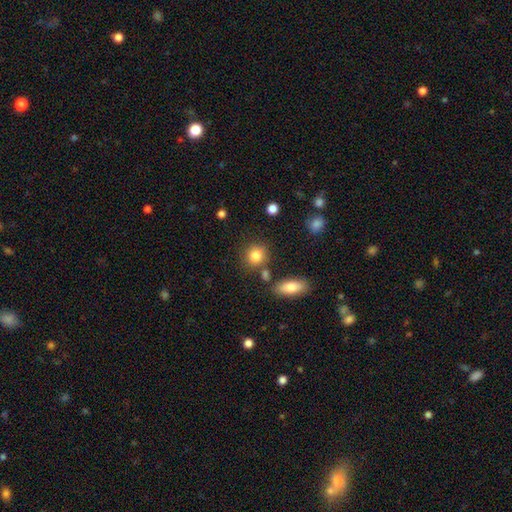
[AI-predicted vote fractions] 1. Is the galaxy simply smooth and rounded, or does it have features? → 83% smooth, 10% star or artifact, 7% featured or disk.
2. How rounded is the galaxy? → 77% round, 22% in between, 2% cigar-shaped.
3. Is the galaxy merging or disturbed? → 76% none, 11% minor disturbance, 9% merger, 4% major disturbance.